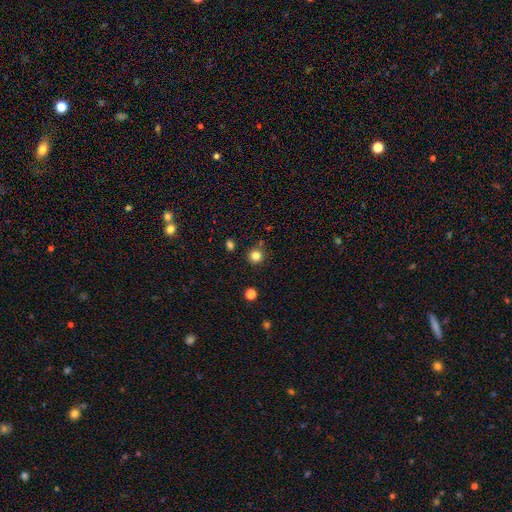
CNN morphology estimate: Overall: smooth (82%). How rounded: round (94%). Merging: none (85%).